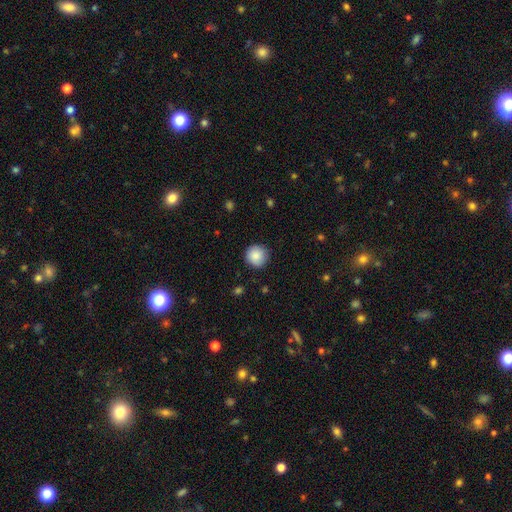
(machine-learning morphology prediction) A smooth galaxy with no disk features (87%) that is round (94%).

Vote fractions:
- Smooth or featured? smooth: 87% / star or artifact: 8% / featured or disk: 6%
- How rounded? round: 94% / in between: 5% / cigar-shaped: 1%
- Merging? none: 87% / minor disturbance: 10% / major disturbance: 2% / merger: 1%